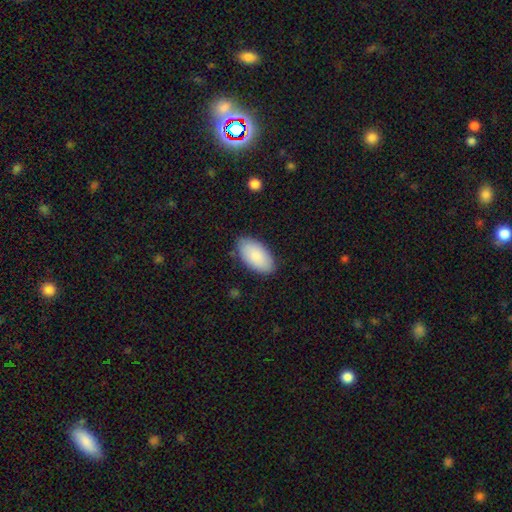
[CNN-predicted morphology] type=smooth (88%); roundness=in between (96%); merging=none (84%).